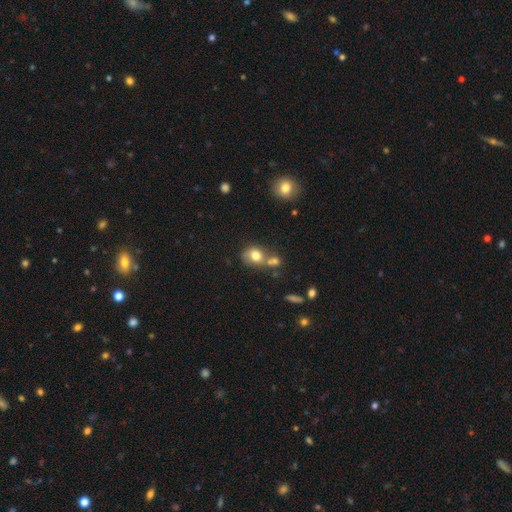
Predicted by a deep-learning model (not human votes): smooth 75%, featured or disk 14%, star or artifact 10%. Down the decision tree: how rounded — round (55%); merging — none (39%).